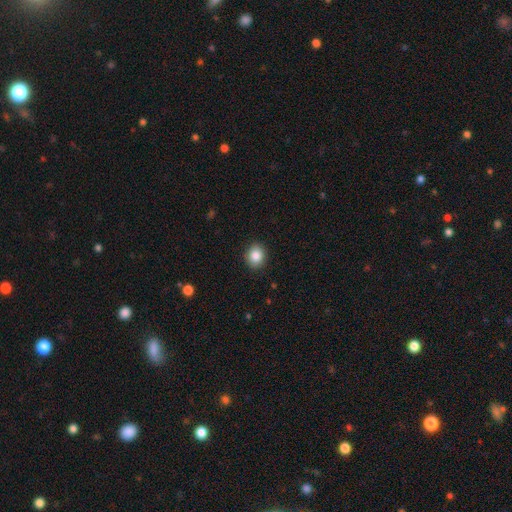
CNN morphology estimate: A smooth galaxy with no disk features (86%) that is round (67%).

Vote fractions:
- Smooth or featured? smooth: 86% / star or artifact: 9% / featured or disk: 6%
- How rounded? round: 67% / in between: 32% / cigar-shaped: 1%
- Merging? none: 90% / minor disturbance: 7% / major disturbance: 2% / merger: 1%